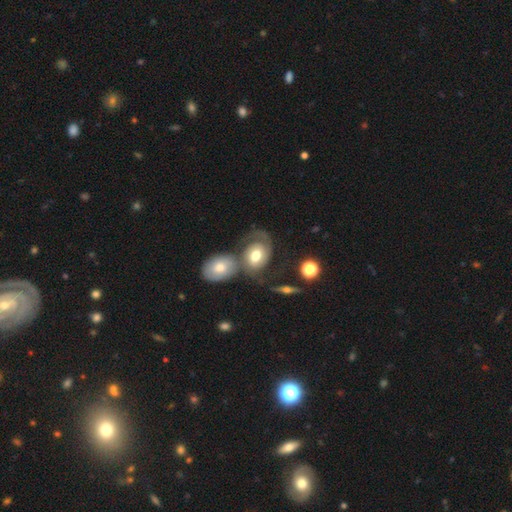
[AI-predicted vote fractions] The model was most divided on "merging": merger: 38%, none: 31%, major disturbance: 16%, minor disturbance: 15%. More confident: edge-on disk — no (95%); spiral arms — yes (79%); bar — no (66%); bulge size — moderate (61%); smooth or featured — featured or disk (56%).